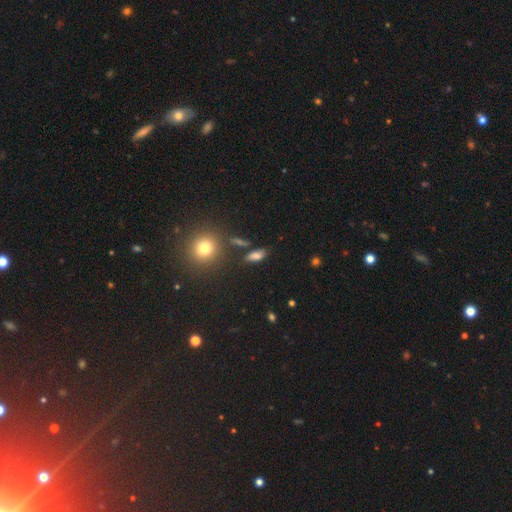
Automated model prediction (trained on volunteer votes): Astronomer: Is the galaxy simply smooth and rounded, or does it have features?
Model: smooth — 73%.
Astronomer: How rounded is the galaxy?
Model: in between — 76%.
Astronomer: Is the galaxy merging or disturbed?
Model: none — 74%.